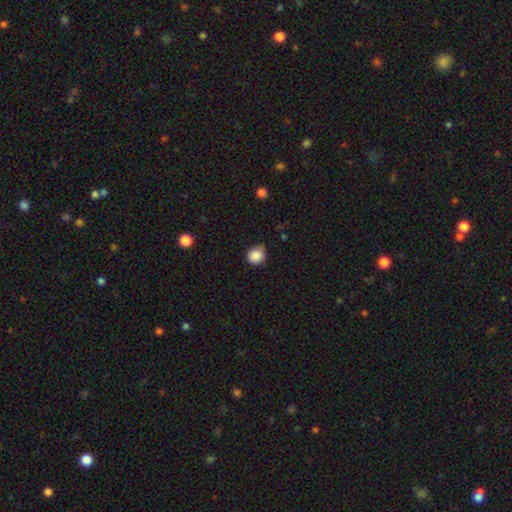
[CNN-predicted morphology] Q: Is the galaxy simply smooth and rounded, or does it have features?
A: smooth — 87%.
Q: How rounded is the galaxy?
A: round — 84%.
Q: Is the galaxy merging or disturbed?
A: none — 67%.